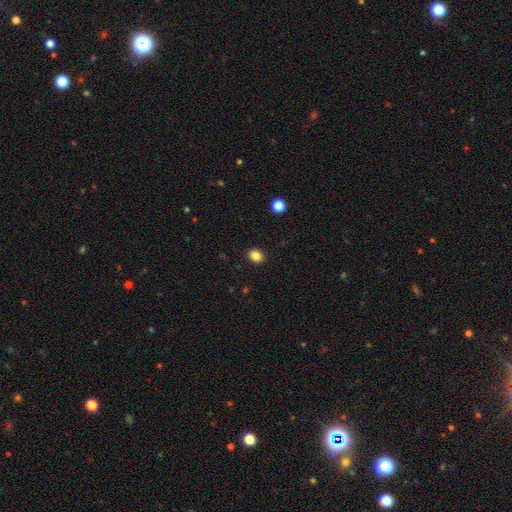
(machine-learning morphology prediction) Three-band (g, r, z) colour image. It shows a smooth galaxy with no disk features (85%) that is round (51%). Merging: none (91%).